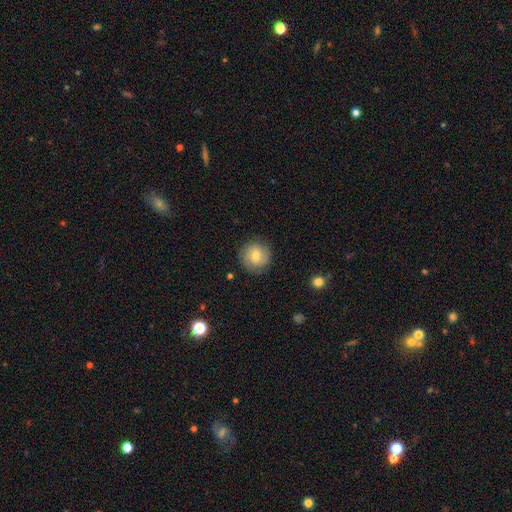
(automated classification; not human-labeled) Morphology: type=smooth (60%); roundness=round (93%); merging=none (85%).